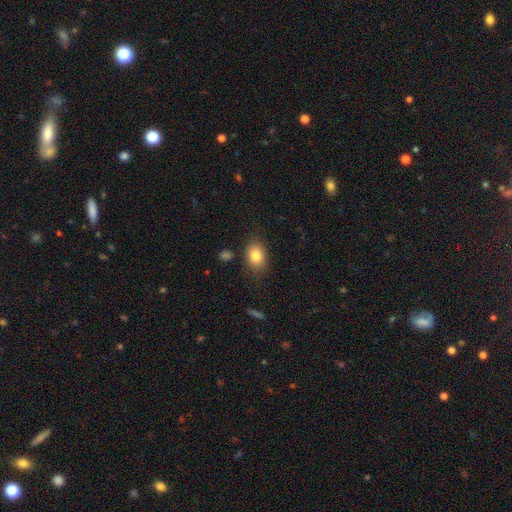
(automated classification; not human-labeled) smooth-or-featured: smooth: 82% | star or artifact: 9% | featured or disk: 8%
  how-rounded: in between: 66% | round: 33% | cigar-shaped: 1%
  merging: none: 81% | minor disturbance: 13% | major disturbance: 4% | merger: 2%